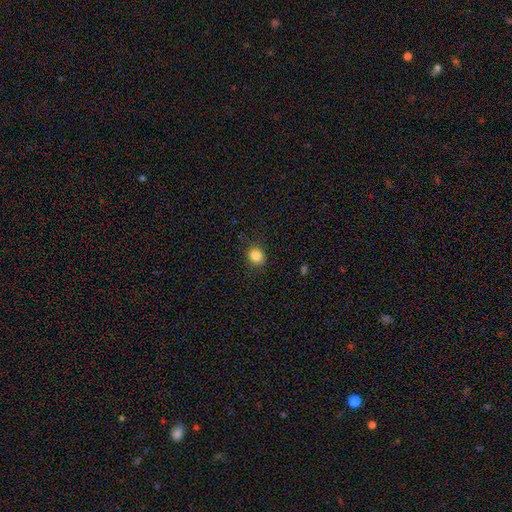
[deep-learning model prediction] smooth_or_featured: smooth (p=0.85) [alt: star or artifact p=0.11]
how_rounded: round (p=0.72) [alt: in between p=0.27]
merging: none (p=0.84) [alt: minor disturbance p=0.11]